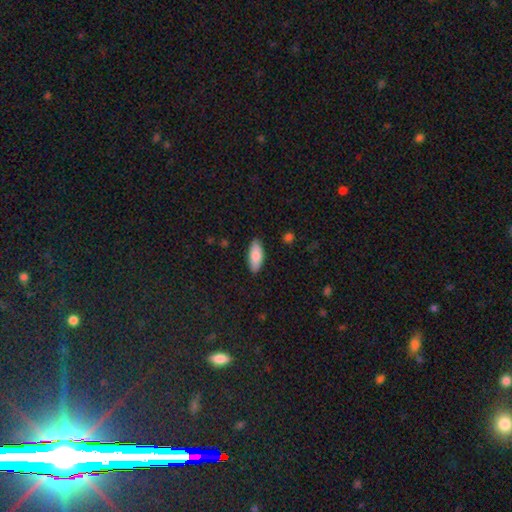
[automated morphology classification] A smooth galaxy with no disk features (85%) that is in between round and cigar-shaped (80%).

Vote fractions:
- Smooth or featured? smooth: 85% / featured or disk: 10% / star or artifact: 6%
- How rounded? in between: 80% / cigar-shaped: 18% / round: 2%
- Merging? none: 88% / minor disturbance: 9% / major disturbance: 2% / merger: 1%